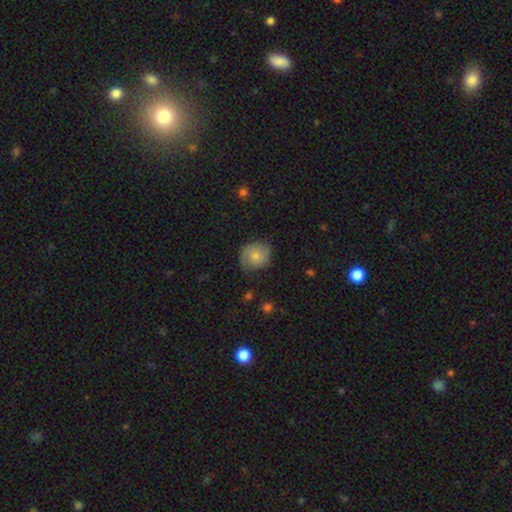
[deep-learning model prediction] smooth 71%, featured or disk 21%, star or artifact 8%. Down the decision tree: how rounded — round (75%); merging — none (71%).